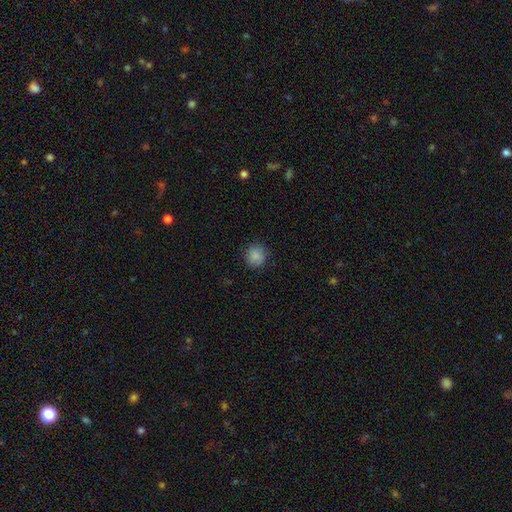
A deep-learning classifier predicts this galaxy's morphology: smooth_or_featured: smooth (p=0.87) [alt: star or artifact p=0.09]
how_rounded: round (p=0.91) [alt: in between p=0.08]
merging: none (p=0.86) [alt: minor disturbance p=0.10]